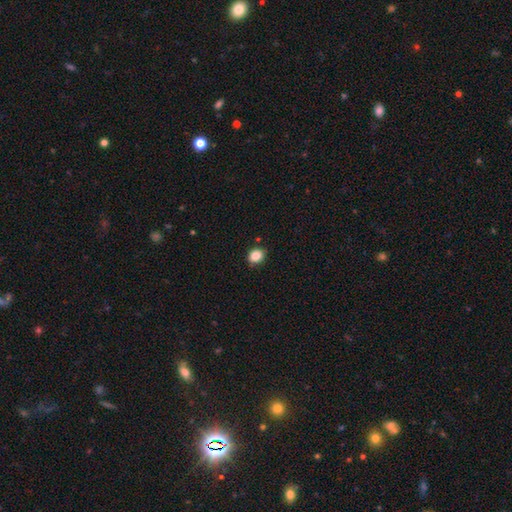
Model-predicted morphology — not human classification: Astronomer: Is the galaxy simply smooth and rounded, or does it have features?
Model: smooth — 85%.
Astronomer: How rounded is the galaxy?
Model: round — 60% (runner-up: in between, 39%).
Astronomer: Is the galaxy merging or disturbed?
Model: none — 87%.